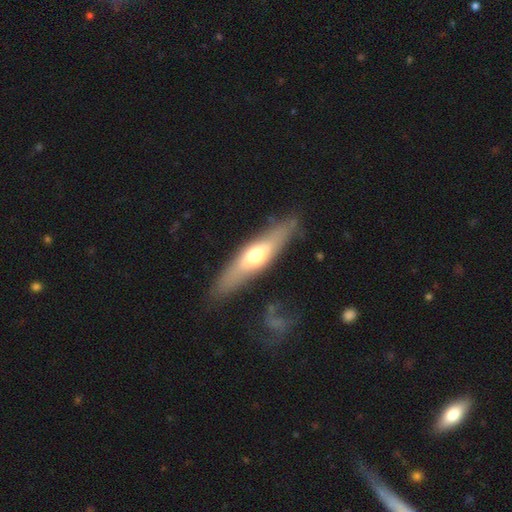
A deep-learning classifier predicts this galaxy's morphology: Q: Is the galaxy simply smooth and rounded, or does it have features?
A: featured or disk — 48%.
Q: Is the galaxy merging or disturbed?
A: none — 80%.